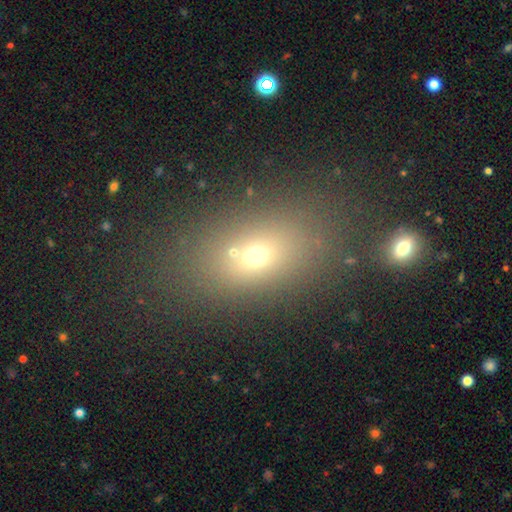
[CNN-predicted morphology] Overall: smooth (61%; star or artifact 23%). How rounded: in between (70%). Merging: none (69%).